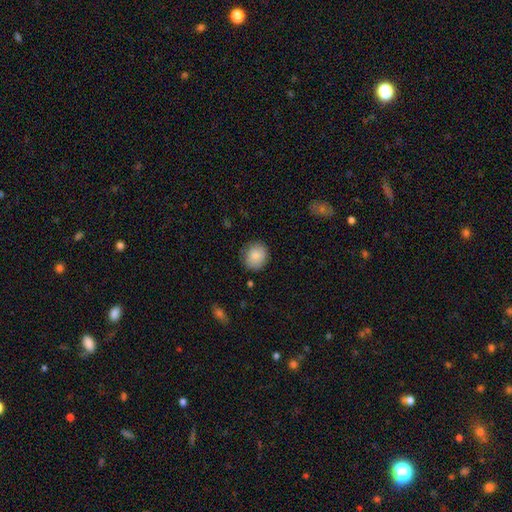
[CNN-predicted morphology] Q: Smooth or featured?
A: smooth (87%); runner-up: star or artifact (7%)
Q: How rounded?
A: round (82%); runner-up: in between (17%)
Q: Merging?
A: none (84%); runner-up: minor disturbance (12%)